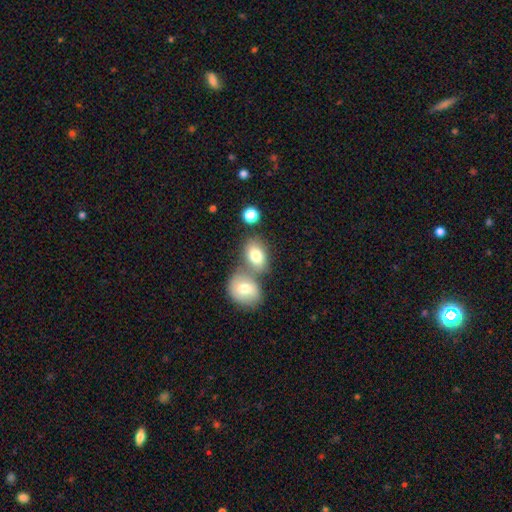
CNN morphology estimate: This is likely a smooth galaxy (78%). How rounded: likely in between (74%). Merging: marginally none (43%).